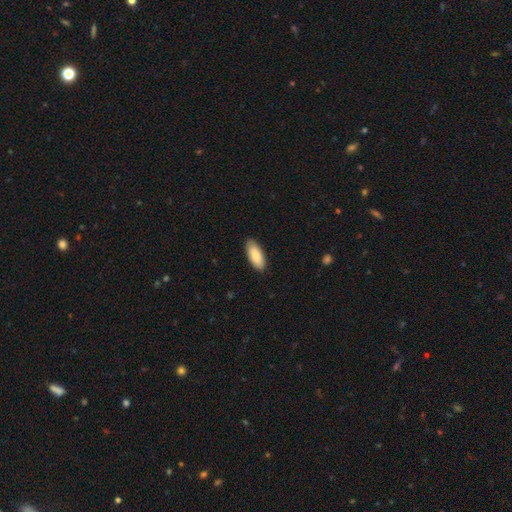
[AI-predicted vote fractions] Morphology: type=smooth (88%); roundness=in between (85%); merging=none (86%).